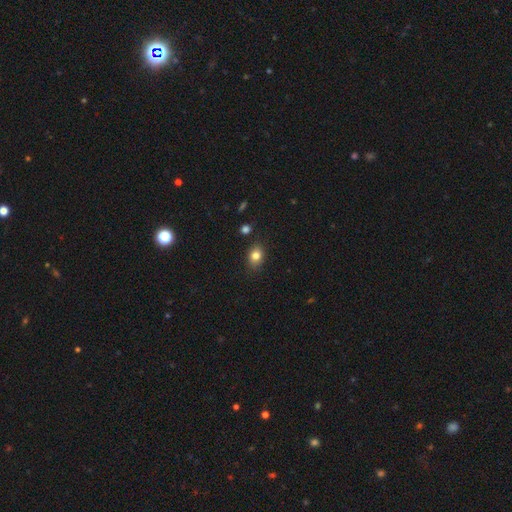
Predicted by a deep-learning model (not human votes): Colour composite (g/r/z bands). It shows a smooth galaxy with no disk features (81%) that is in between round and cigar-shaped (63%). Merging: none (83%).